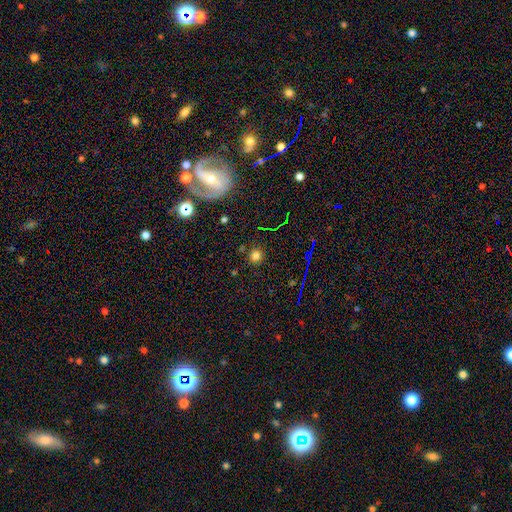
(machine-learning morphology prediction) smooth-or-featured: smooth: 75% | star or artifact: 19% | featured or disk: 6%
  how-rounded: round: 91% | in between: 8% | cigar-shaped: 1%
  merging: none: 85% | minor disturbance: 9% | merger: 4% | major disturbance: 3%